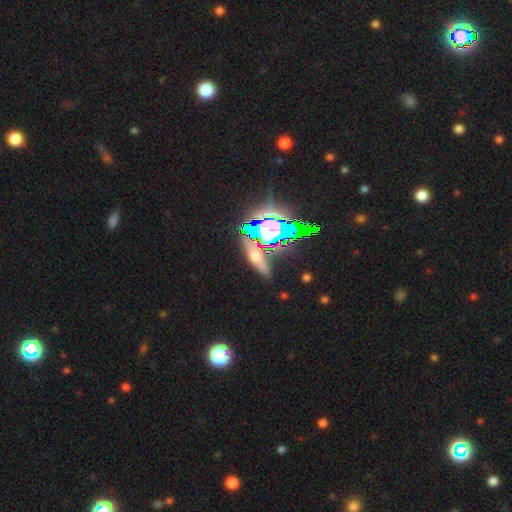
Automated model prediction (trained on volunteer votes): Q: Smooth or featured?
A: smooth (36%); runner-up: star or artifact (35%)
Q: Merging?
A: none (73%); runner-up: minor disturbance (13%)